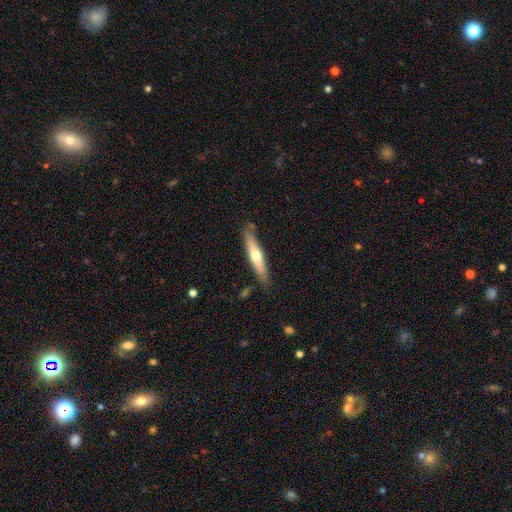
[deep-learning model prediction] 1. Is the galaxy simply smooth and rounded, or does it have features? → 49% smooth, 46% featured or disk, 5% star or artifact.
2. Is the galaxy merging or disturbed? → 82% none, 13% minor disturbance, 3% merger, 2% major disturbance.